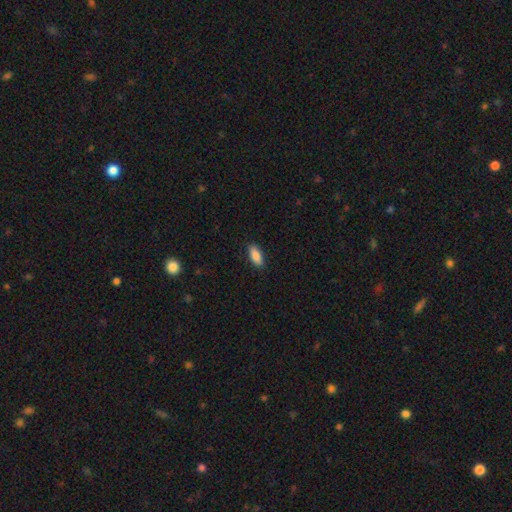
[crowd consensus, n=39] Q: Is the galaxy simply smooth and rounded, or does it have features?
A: smooth — 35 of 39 (90%).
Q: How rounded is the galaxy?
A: in between — 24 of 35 (69%).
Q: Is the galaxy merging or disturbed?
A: none — 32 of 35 (91%).